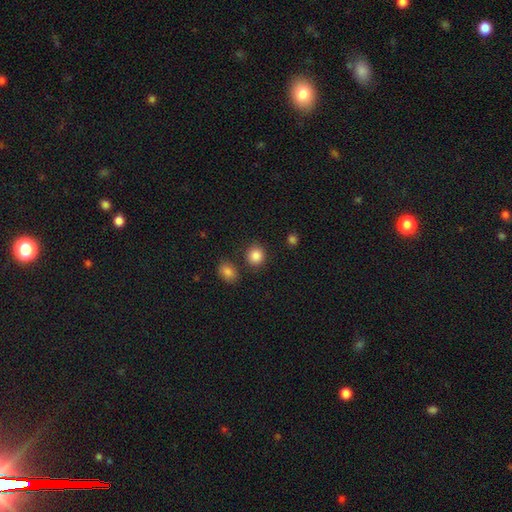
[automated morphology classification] A smooth galaxy with no disk features (87%) that is round (83%). Merging: none (82%).